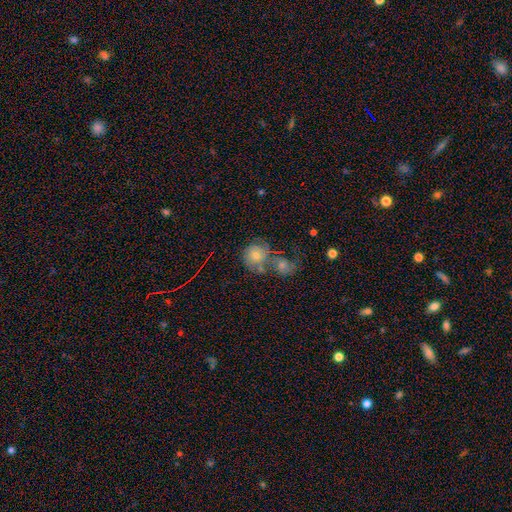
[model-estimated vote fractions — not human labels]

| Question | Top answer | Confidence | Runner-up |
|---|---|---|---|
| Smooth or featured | smooth | 48% | featured or disk (37%) |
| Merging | merger | 44% | none (37%) |